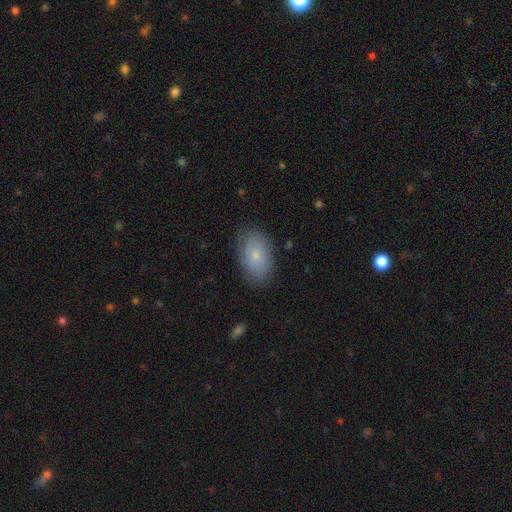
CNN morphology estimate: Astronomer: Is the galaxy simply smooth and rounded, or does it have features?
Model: smooth — 76%.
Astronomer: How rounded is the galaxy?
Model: in between — 91%.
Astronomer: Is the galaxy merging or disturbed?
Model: none — 82%.